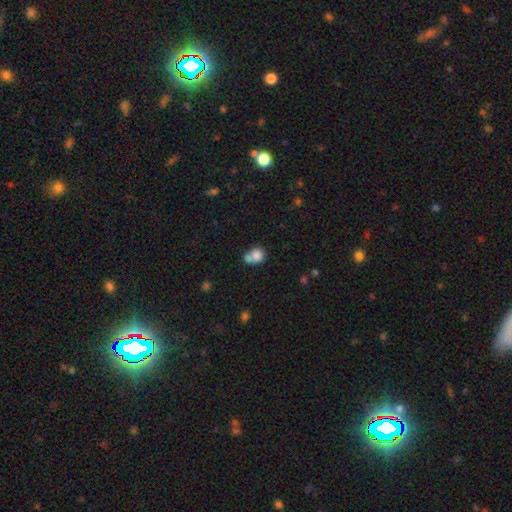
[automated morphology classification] This appears to be a smooth galaxy with no disk features (80%) that is round (74%). Merging: merger (51%).